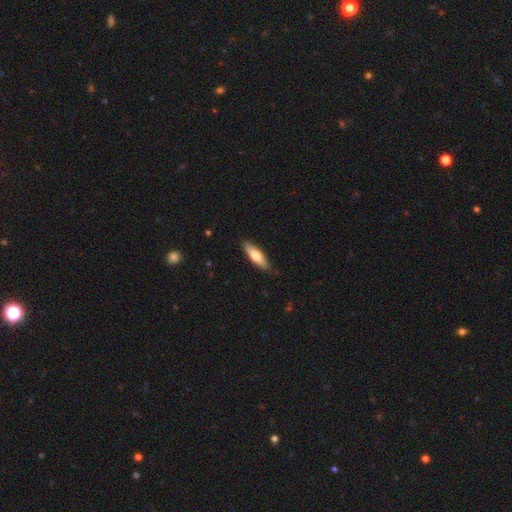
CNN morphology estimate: smooth 65%, featured or disk 29%, star or artifact 5%. Down the decision tree: how rounded — cigar-shaped (56%); merging — none (85%).